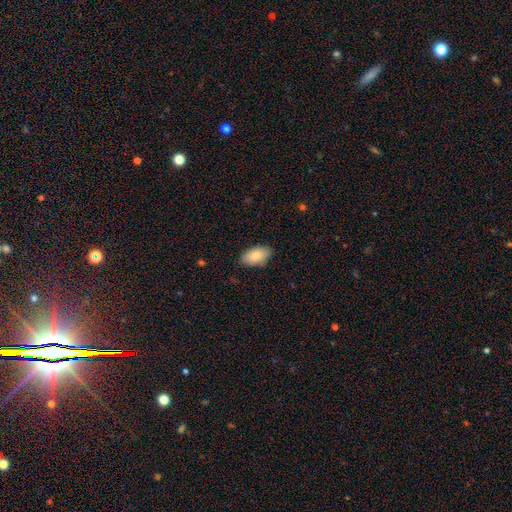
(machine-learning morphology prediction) Overall: smooth (83%). How rounded: in between (94%). Merging: none (84%).